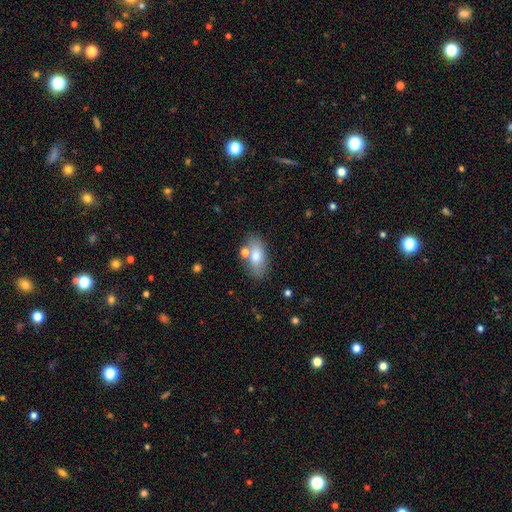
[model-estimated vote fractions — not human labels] Smooth or featured?
  - smooth: 77% *
  - featured or disk: 16%
  - star or artifact: 7%
How rounded?
  - in between: 91% *
  - round: 5%
  - cigar-shaped: 4%
Merging?
  - none: 71% *
  - minor disturbance: 14%
  - merger: 11%
  - major disturbance: 4%